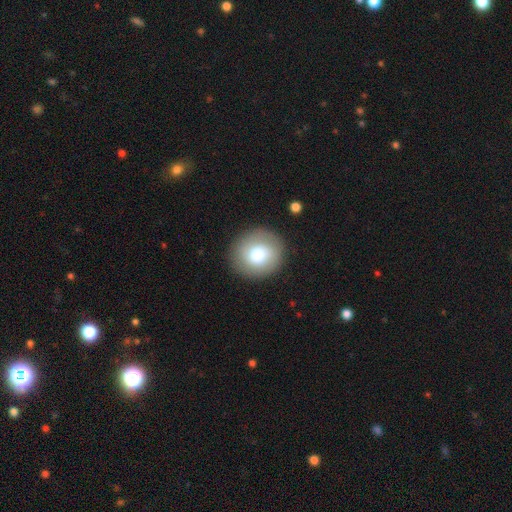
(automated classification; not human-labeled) smooth 73%, featured or disk 18%, star or artifact 9%. Down the decision tree: how rounded — round (90%); merging — none (90%).